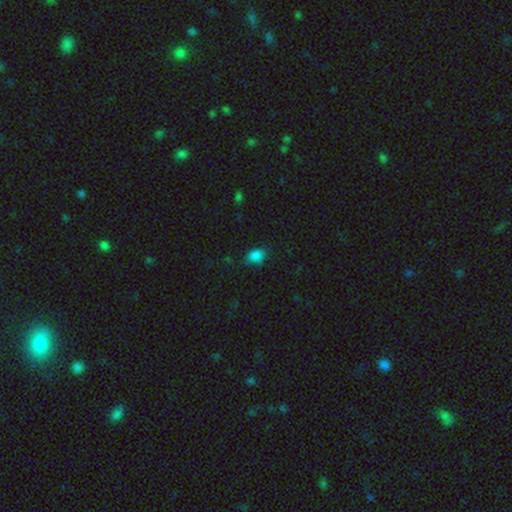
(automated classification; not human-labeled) smooth-or-featured: smooth: 83% | star or artifact: 12% | featured or disk: 5%
  how-rounded: in between: 72% | round: 27% | cigar-shaped: 1%
  merging: none: 74% | minor disturbance: 20% | major disturbance: 4% | merger: 2%